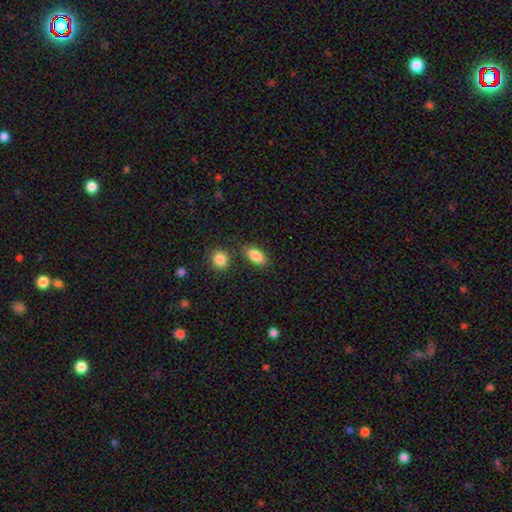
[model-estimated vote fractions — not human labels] smooth-or-featured: smooth: 86% | star or artifact: 7% | featured or disk: 7%
  how-rounded: in between: 88% | cigar-shaped: 6% | round: 6%
  merging: none: 77% | minor disturbance: 13% | merger: 7% | major disturbance: 3%